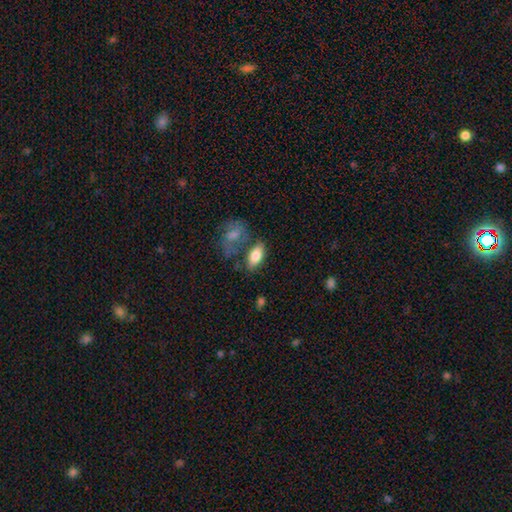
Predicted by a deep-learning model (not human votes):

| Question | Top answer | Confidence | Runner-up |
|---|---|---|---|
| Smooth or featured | smooth | 79% | featured or disk (13%) |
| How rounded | in between | 89% | cigar-shaped (6%) |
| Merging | none | 63% | minor disturbance (17%) |